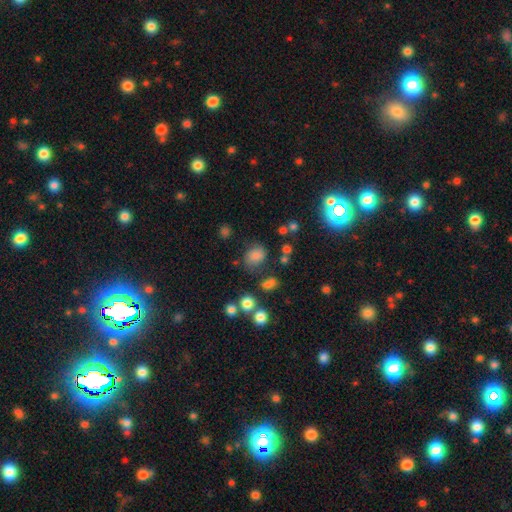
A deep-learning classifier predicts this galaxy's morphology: The model was most divided on "how rounded": in between: 54%, round: 45%, cigar-shaped: 1%. More confident: smooth or featured — smooth (76%); merging — none (68%).